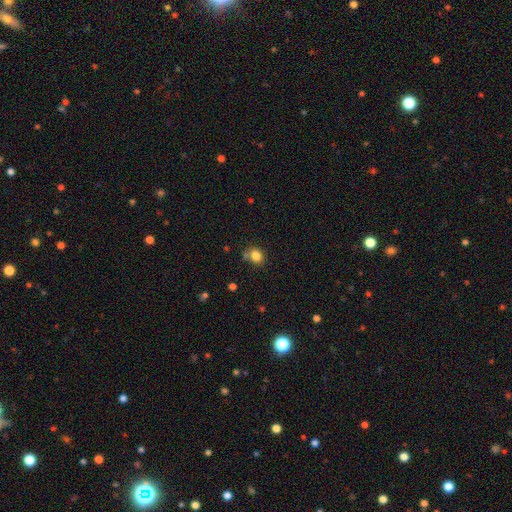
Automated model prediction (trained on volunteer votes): Smooth or featured? Predicted: smooth (p=0.82). How rounded? Predicted: round (p=0.63). Merging? Predicted: none (p=0.67).